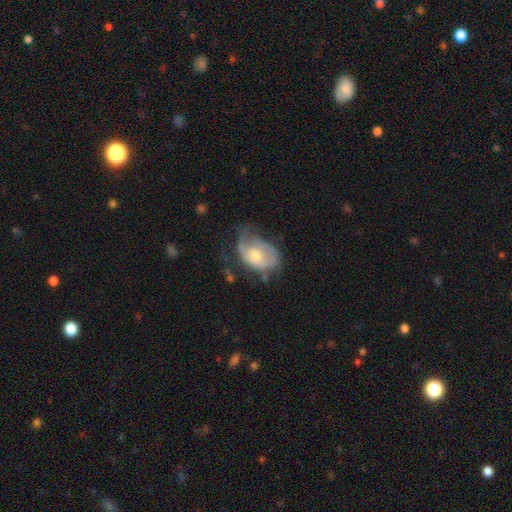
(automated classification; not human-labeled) Smooth or featured? Predicted: featured or disk (p=0.57). Edge-on disk? Predicted: no (p=0.96). Bar? Predicted: no (p=0.76). Spiral arms? Predicted: yes (p=0.71). Bulge size? Predicted: moderate (p=0.51). Merging? Predicted: none (p=0.33).